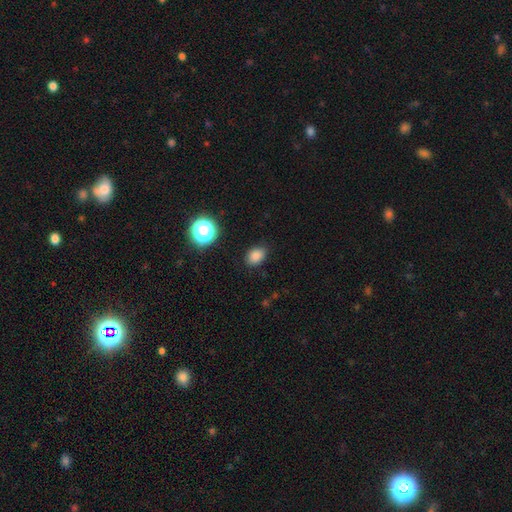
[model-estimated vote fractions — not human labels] Smooth or featured: smooth — 82% (star or artifact — 13%)
How rounded: in between — 66% (round — 32%)
Merging: none — 86% (minor disturbance — 10%)